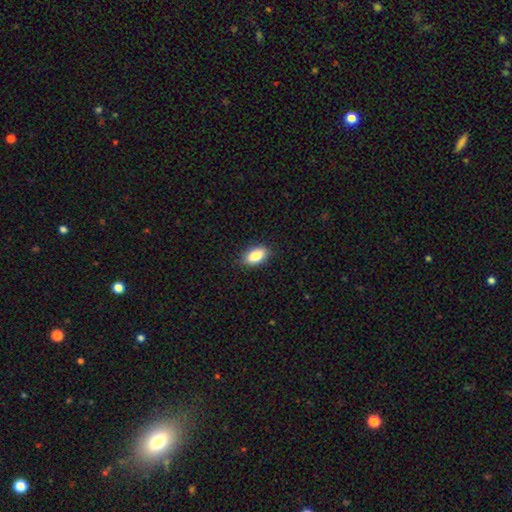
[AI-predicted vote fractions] Smooth or featured? smooth (85%)
How rounded? in between (90%)
Merging? none (87%)